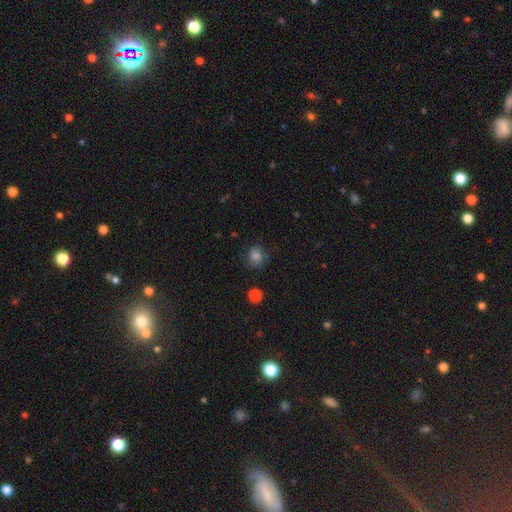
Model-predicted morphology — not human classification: smooth-or-featured: smooth: 76% | star or artifact: 12% | featured or disk: 11%
  how-rounded: round: 77% | in between: 22% | cigar-shaped: 1%
  merging: none: 72% | minor disturbance: 19% | major disturbance: 7% | merger: 2%